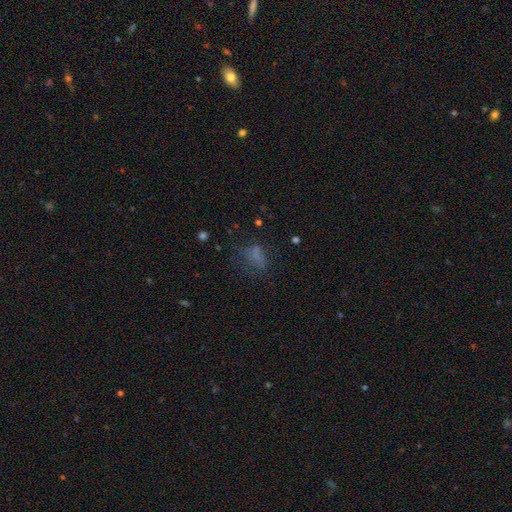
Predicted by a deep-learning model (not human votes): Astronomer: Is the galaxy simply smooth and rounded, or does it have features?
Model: smooth — 57%.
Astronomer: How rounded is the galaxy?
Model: in between — 69%.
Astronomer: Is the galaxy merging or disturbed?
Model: none — 46% (runner-up: major disturbance, 28%).